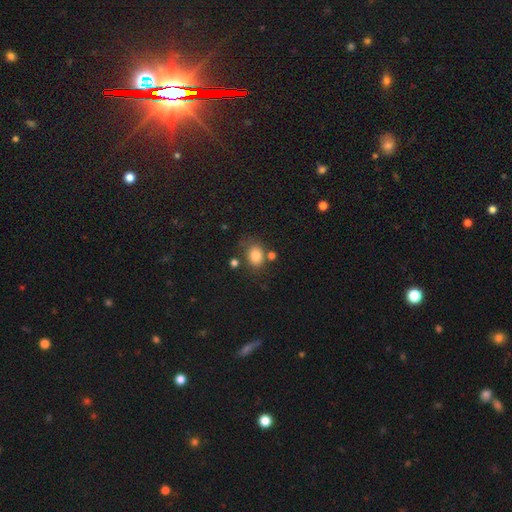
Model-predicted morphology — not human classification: Smooth or featured? Predicted: smooth (p=0.80). How rounded? Predicted: round (p=0.50). Merging? Predicted: none (p=0.67).